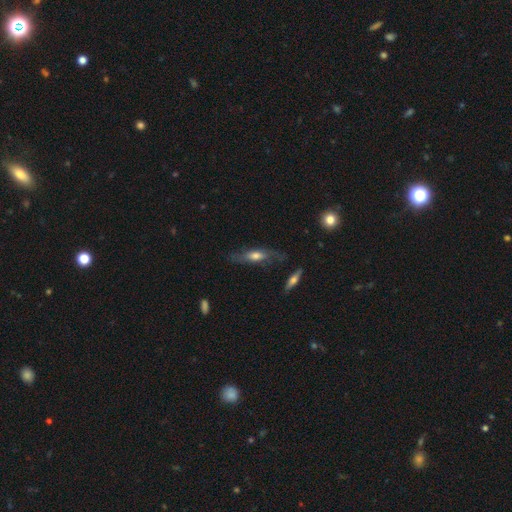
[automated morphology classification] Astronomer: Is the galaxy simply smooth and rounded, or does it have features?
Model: featured or disk — 49% (runner-up: smooth, 43%).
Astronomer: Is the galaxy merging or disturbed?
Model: none — 65%.